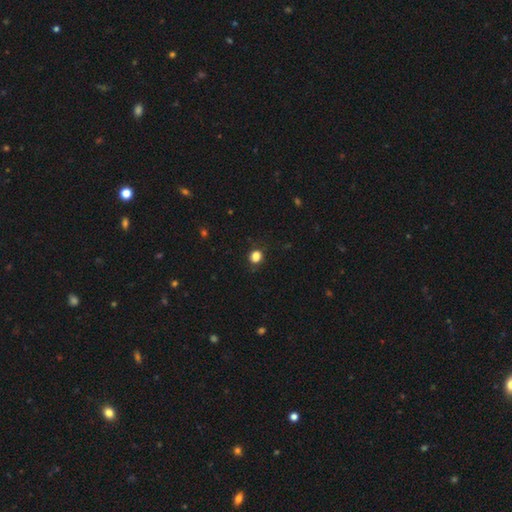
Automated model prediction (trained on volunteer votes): Q: Smooth or featured?
A: smooth (83%); runner-up: star or artifact (13%)
Q: How rounded?
A: round (78%); runner-up: in between (21%)
Q: Merging?
A: none (84%); runner-up: minor disturbance (11%)